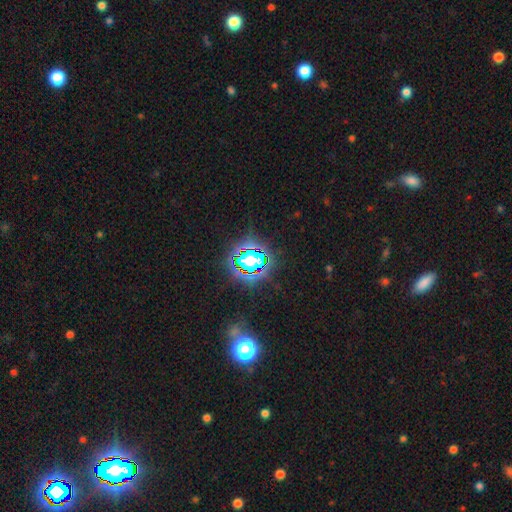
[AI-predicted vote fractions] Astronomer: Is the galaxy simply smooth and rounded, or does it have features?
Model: star or artifact — 70%.